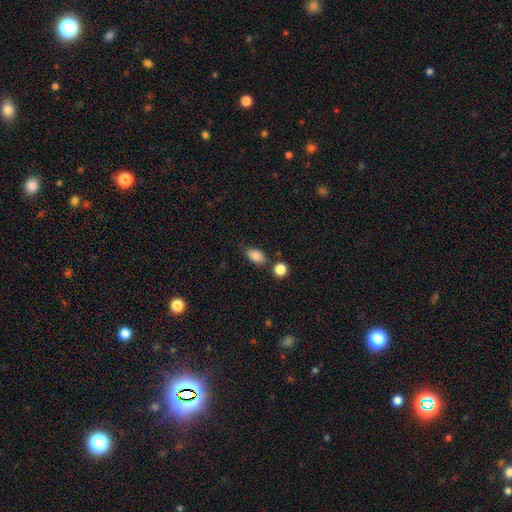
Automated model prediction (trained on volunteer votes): A smooth galaxy with no disk features (85%) that is in between round and cigar-shaped (88%). Merging: none (73%).